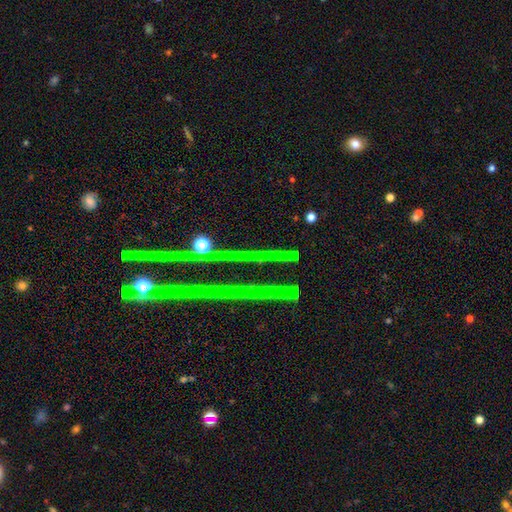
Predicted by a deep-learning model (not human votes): Smooth or featured?
  - star or artifact: 78% *
  - featured or disk: 15%
  - smooth: 8%